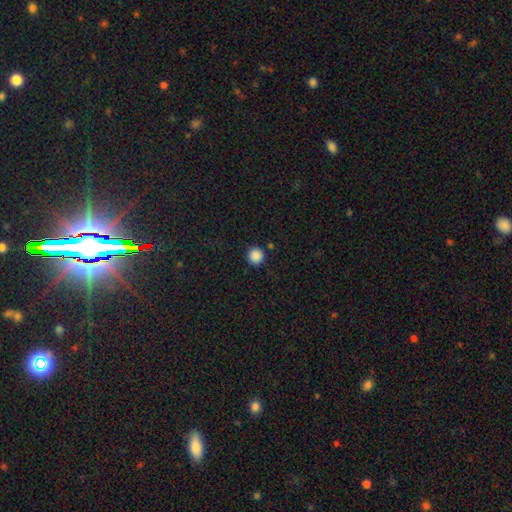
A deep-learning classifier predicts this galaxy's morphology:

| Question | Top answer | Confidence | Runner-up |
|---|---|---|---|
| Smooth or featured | smooth | 87% | star or artifact (10%) |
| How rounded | round | 95% | in between (4%) |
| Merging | none | 90% | minor disturbance (6%) |